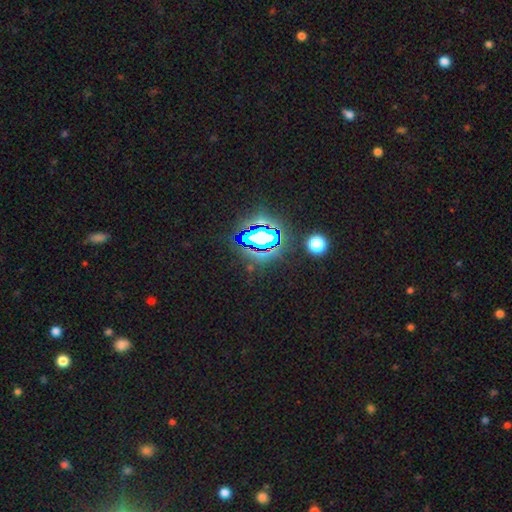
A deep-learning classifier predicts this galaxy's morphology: The model was most divided on "smooth or featured": star or artifact: 82%, smooth: 11%, featured or disk: 7%.